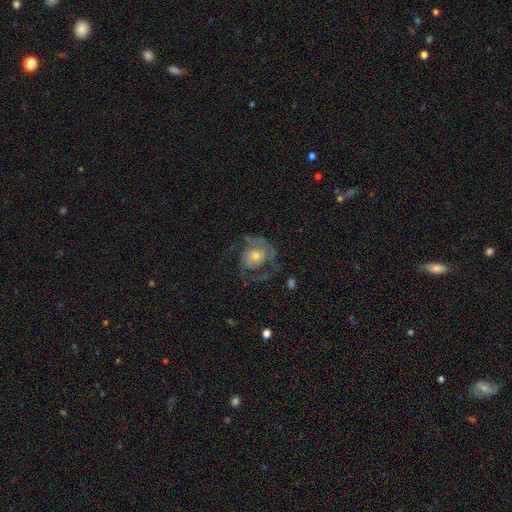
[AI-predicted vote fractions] A featured or disk galaxy (76%) with no bar (75%), 2 (51%) medium (43%) spiral arms (81%) and a small central bulge (47%). Merging: none (53%).